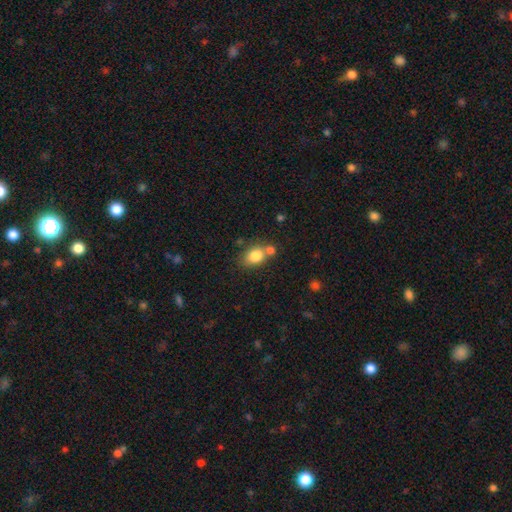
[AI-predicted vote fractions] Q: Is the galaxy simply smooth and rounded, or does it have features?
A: smooth — 82%.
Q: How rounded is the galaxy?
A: in between — 68%.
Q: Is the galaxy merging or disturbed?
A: none — 55%.